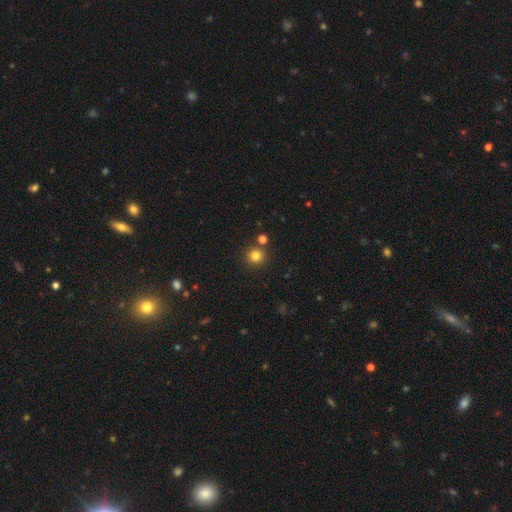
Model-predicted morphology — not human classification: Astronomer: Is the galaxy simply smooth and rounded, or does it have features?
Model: smooth — 81%.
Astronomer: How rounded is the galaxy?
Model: round — 94%.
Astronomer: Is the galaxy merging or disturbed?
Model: none — 84%.